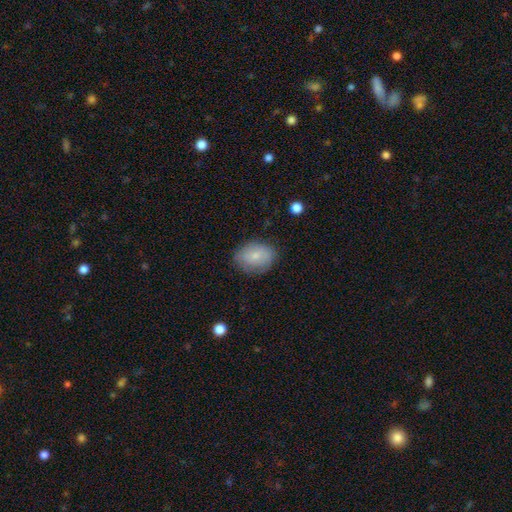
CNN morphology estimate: smooth-or-featured: smooth: 74% | featured or disk: 19% | star or artifact: 7%
  how-rounded: in between: 66% | round: 33% | cigar-shaped: 1%
  merging: none: 77% | minor disturbance: 17% | major disturbance: 4% | merger: 1%